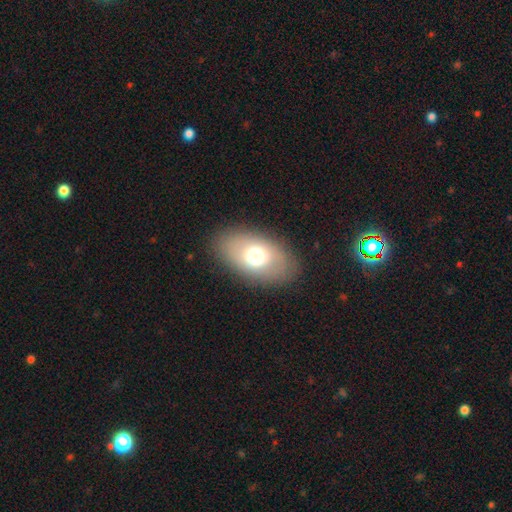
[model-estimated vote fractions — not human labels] Smooth or featured? Predicted: smooth (p=0.65). How rounded? Predicted: in between (p=0.88). Merging? Predicted: none (p=0.85).